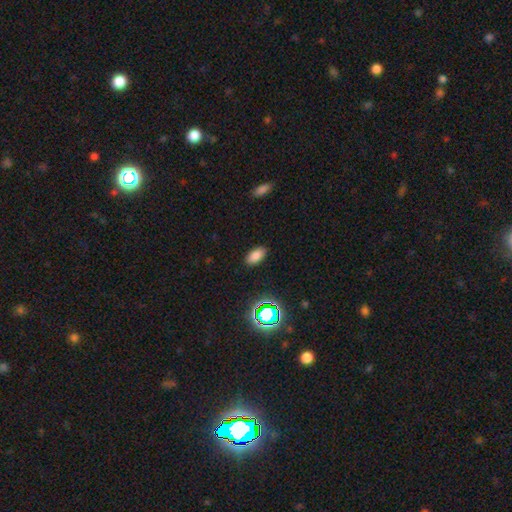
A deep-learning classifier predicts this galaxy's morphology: smooth 80%, star or artifact 14%, featured or disk 6%. Down the decision tree: how rounded — in between (92%); merging — none (88%).